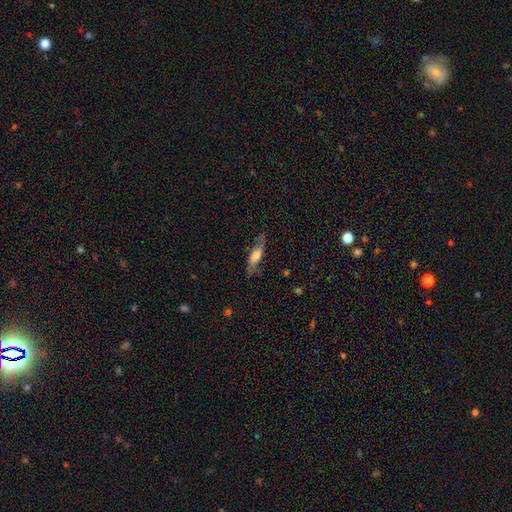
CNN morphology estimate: A featured or disk galaxy (46%, tied with smooth). Merging: none (68%).